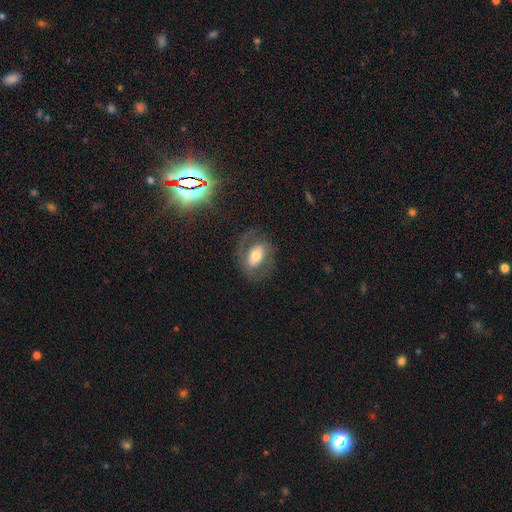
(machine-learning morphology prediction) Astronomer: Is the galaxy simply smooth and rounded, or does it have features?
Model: featured or disk — 55% (runner-up: smooth, 38%).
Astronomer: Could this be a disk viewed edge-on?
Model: no — 93%.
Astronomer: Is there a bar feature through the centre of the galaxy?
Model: no — 39% (runner-up: weak, 32%).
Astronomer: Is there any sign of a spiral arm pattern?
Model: yes — 55% (runner-up: no, 45%).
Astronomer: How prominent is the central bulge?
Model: moderate — 62%.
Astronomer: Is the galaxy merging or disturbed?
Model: none — 68%.